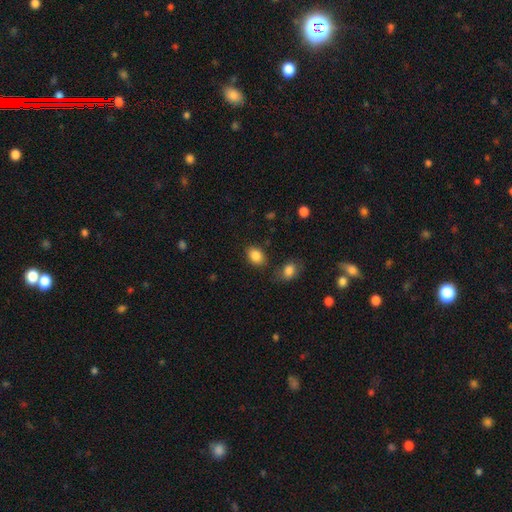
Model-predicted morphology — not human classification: smooth-or-featured: smooth: 86% | star or artifact: 9% | featured or disk: 5%
  how-rounded: in between: 69% | round: 30% | cigar-shaped: 1%
  merging: none: 77% | minor disturbance: 13% | merger: 7% | major disturbance: 4%